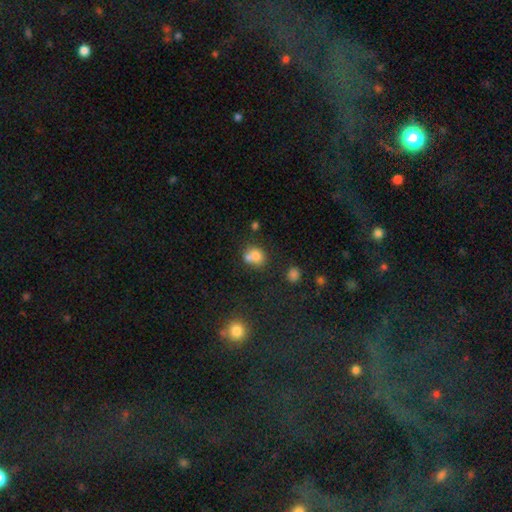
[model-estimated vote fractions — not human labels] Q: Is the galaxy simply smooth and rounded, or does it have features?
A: smooth — 73%.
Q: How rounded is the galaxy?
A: round — 61%.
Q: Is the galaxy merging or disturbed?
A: merger — 49%.